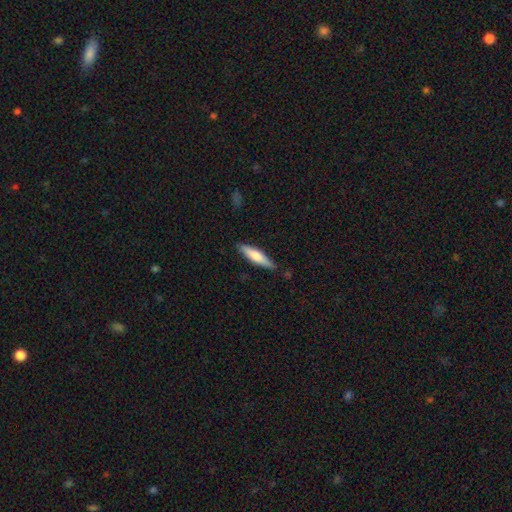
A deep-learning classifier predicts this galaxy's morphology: smooth_or_featured: smooth (p=0.66) [alt: featured or disk p=0.28]
how_rounded: cigar-shaped (p=0.77) [alt: in between p=0.22]
merging: none (p=0.85) [alt: minor disturbance p=0.11]